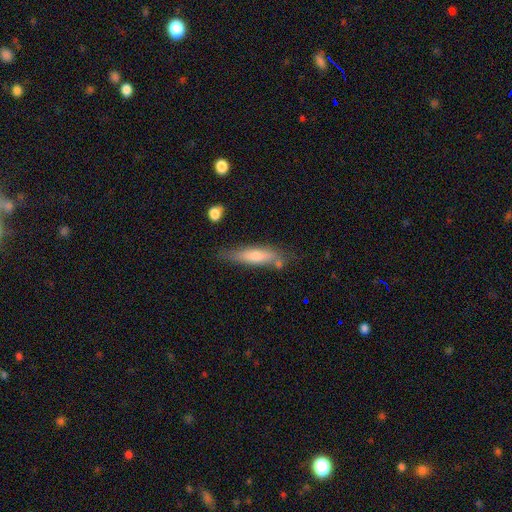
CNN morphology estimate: Smooth or featured: smooth — 60% (featured or disk — 33%)
How rounded: cigar-shaped — 76% (in between — 22%)
Merging: none — 68% (minor disturbance — 20%)